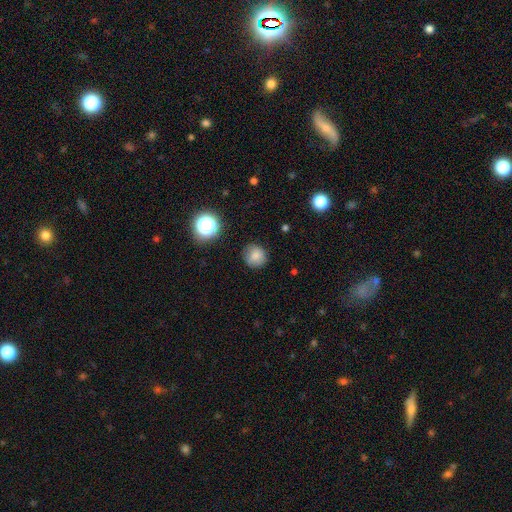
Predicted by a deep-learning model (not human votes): A smooth galaxy with no disk features (80%) that is round (89%).

Vote fractions:
- Smooth or featured? smooth: 80% / star or artifact: 12% / featured or disk: 8%
- How rounded? round: 89% / in between: 10% / cigar-shaped: 1%
- Merging? none: 81% / minor disturbance: 14% / major disturbance: 4% / merger: 2%